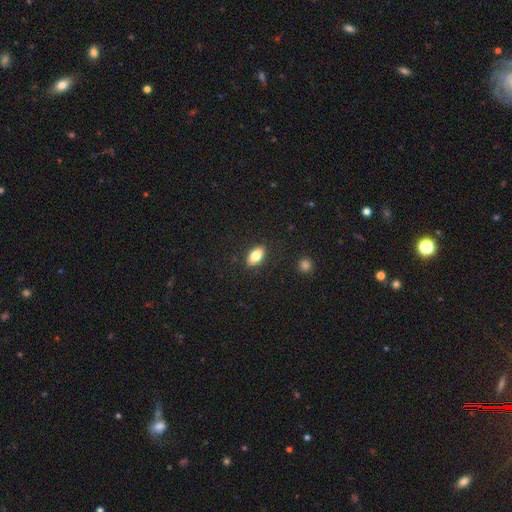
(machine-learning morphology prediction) Q: Smooth or featured?
A: smooth (80%); runner-up: featured or disk (13%)
Q: How rounded?
A: in between (90%); runner-up: round (5%)
Q: Merging?
A: none (87%); runner-up: minor disturbance (9%)